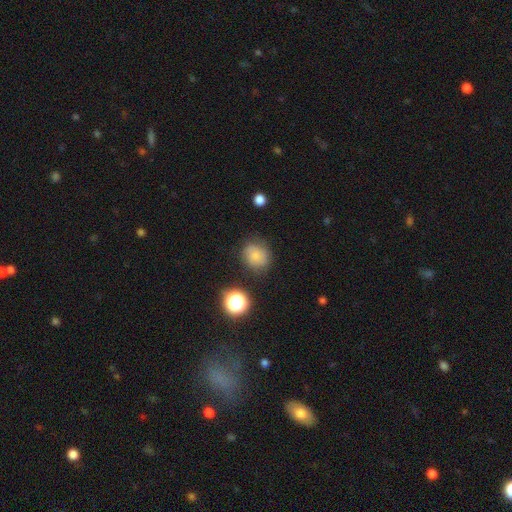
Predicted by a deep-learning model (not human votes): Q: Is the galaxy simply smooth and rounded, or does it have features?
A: smooth — 76%.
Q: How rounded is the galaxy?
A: round — 75%.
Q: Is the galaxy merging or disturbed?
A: none — 74%.